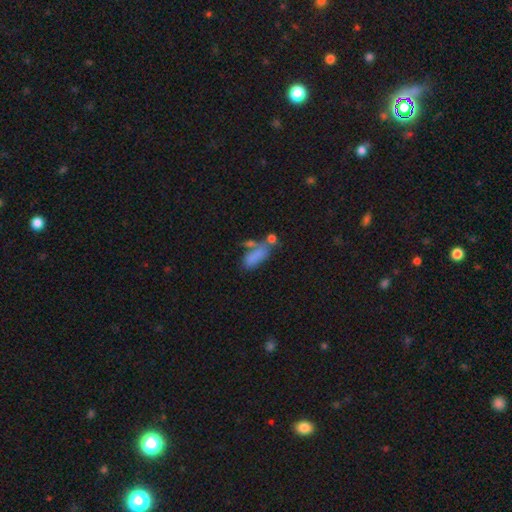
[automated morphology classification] Smooth or featured? Predicted: smooth (p=0.74). How rounded? Predicted: in between (p=0.79). Merging? Predicted: merger (p=0.36).